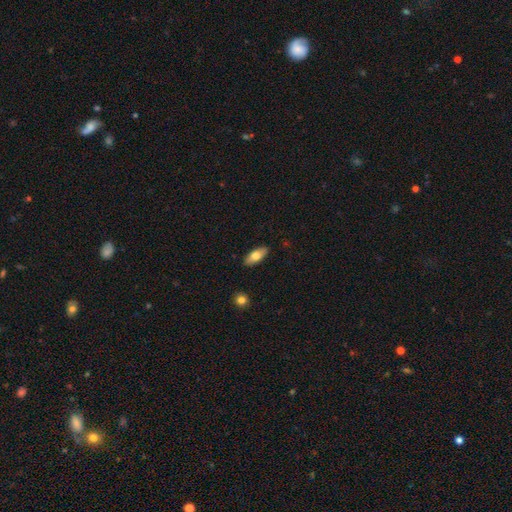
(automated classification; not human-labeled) This is likely a smooth galaxy (72%). How rounded: clearly in between (82%). Merging: clearly none (89%).